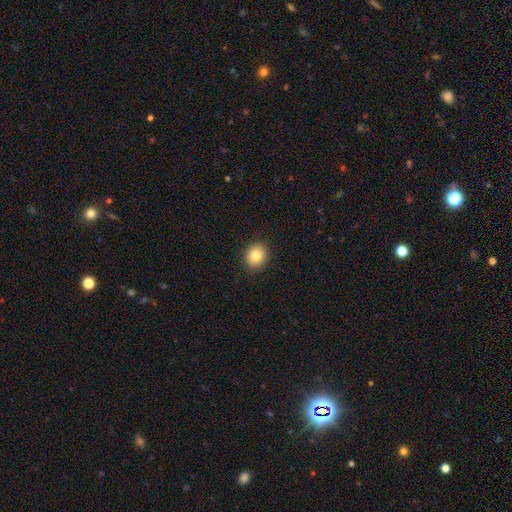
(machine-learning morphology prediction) Smooth or featured? smooth (82%)
How rounded? round (73%)
Merging? none (91%)